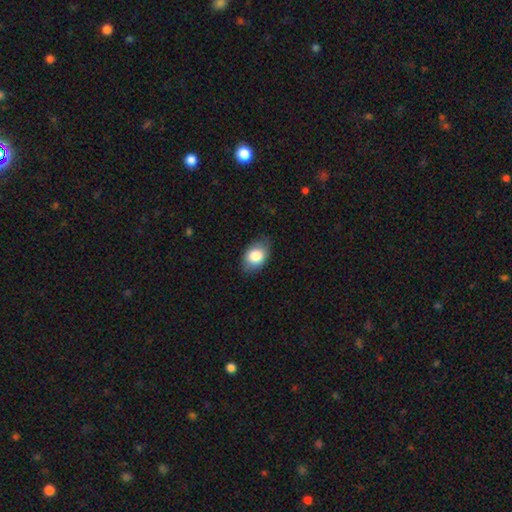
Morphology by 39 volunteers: smooth_or_featured: smooth (p=0.74) [alt: featured or disk p=0.21]
how_rounded: in between (p=0.76) [alt: round p=0.17]
merging: none (p=0.81) [alt: major disturbance p=0.11]